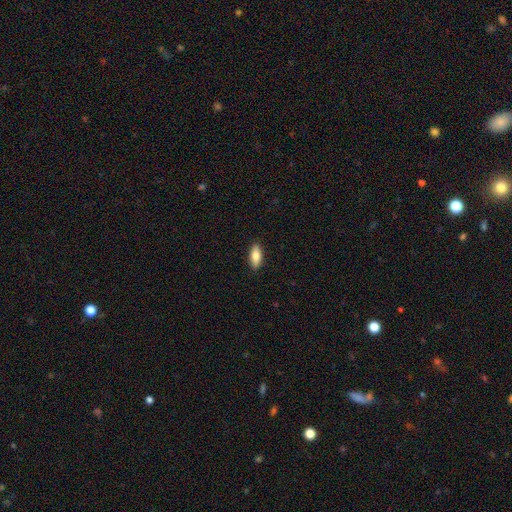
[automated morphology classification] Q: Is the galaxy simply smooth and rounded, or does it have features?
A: smooth — 81%.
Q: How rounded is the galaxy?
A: in between — 76%.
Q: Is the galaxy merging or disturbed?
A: none — 89%.